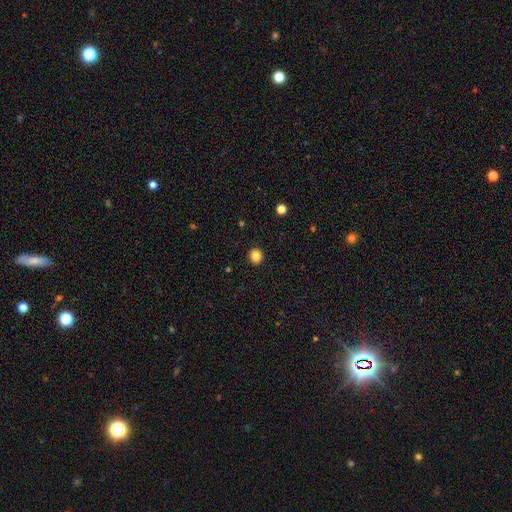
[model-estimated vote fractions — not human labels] Smooth or featured? smooth (84%)
How rounded? round (86%)
Merging? none (92%)